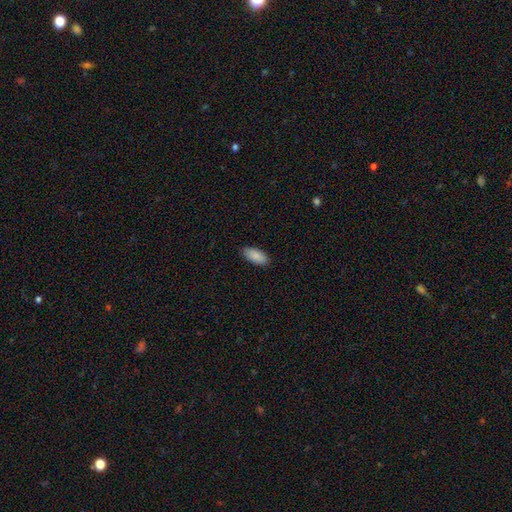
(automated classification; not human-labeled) Q: Smooth or featured?
A: smooth (90%); runner-up: star or artifact (6%)
Q: How rounded?
A: in between (90%); runner-up: cigar-shaped (8%)
Q: Merging?
A: none (87%); runner-up: minor disturbance (10%)